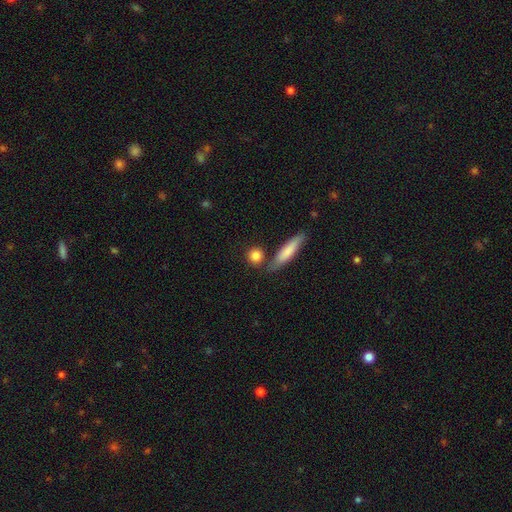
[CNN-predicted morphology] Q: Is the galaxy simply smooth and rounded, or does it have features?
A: smooth — 83%.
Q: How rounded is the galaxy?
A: round — 74%.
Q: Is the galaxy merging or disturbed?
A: none — 73%.